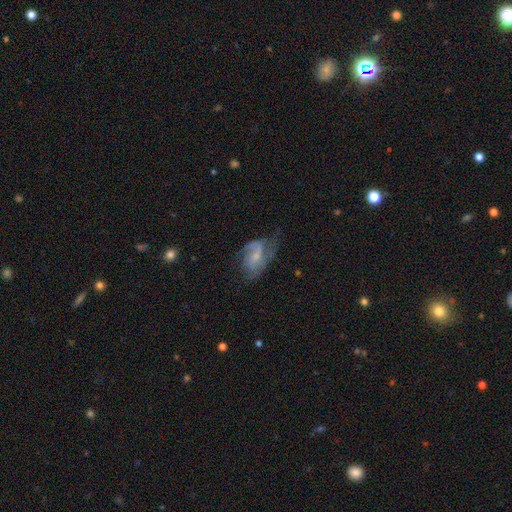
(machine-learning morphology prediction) The model was most divided on "bar": no: 48%, weak: 43%, strong: 10%. Remaining: edge-on disk — no (97%); spiral arms — yes (85%); smooth or featured — featured or disk (69%); spiral arm count — 2 (59%); bulge size — small (56%); spiral winding — medium (45%); merging — none (44%).